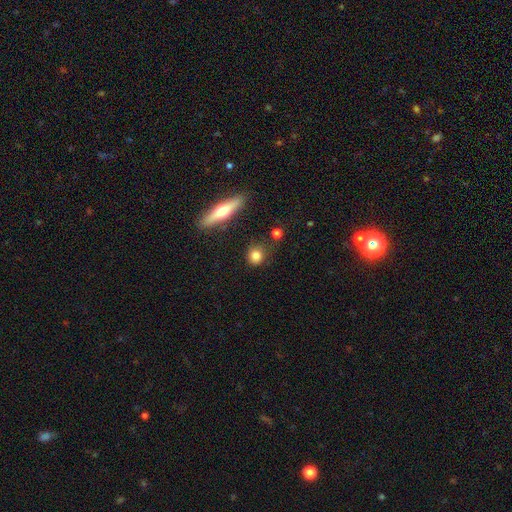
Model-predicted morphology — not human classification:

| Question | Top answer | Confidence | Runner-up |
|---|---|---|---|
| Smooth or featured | smooth | 80% | featured or disk (11%) |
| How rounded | round | 79% | in between (17%) |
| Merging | none | 78% | minor disturbance (14%) |